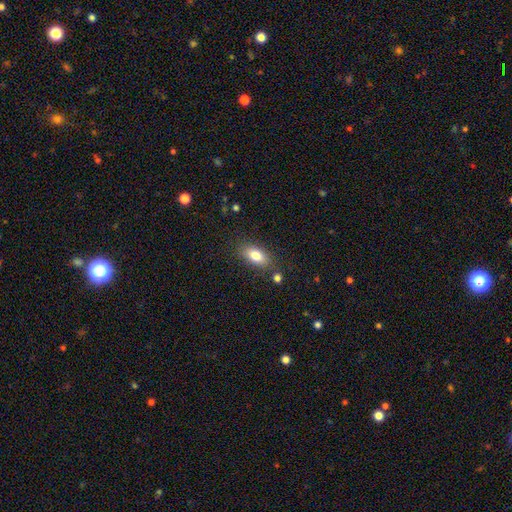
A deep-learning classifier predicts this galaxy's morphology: Smooth or featured? smooth (80%)
How rounded? in between (87%)
Merging? none (81%)